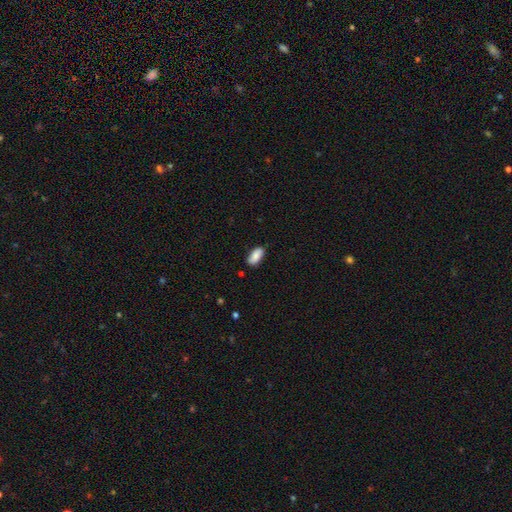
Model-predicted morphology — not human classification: Smooth or featured: smooth — 84% (featured or disk — 9%)
How rounded: in between — 91% (cigar-shaped — 6%)
Merging: none — 82% (minor disturbance — 15%)